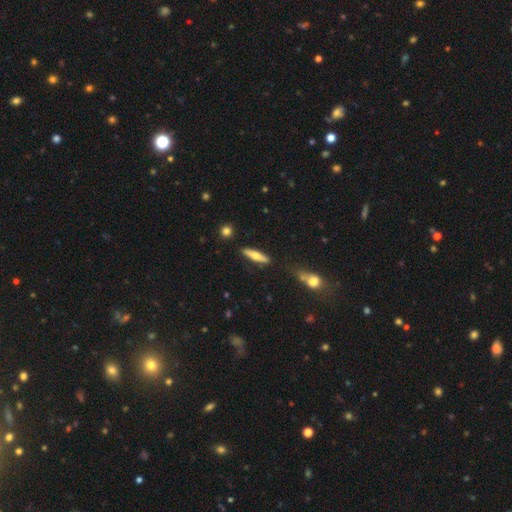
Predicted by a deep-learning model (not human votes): Q: Smooth or featured?
A: smooth (53%); runner-up: featured or disk (42%)
Q: How rounded?
A: cigar-shaped (77%); runner-up: in between (21%)
Q: Merging?
A: none (84%); runner-up: minor disturbance (10%)